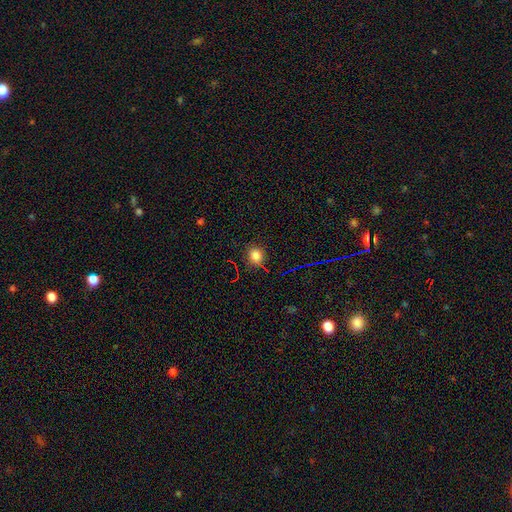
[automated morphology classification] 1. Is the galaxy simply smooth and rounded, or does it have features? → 78% smooth, 17% star or artifact, 6% featured or disk.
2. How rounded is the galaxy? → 78% round, 21% in between, 1% cigar-shaped.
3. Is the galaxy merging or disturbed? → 84% none, 11% minor disturbance, 3% major disturbance, 2% merger.